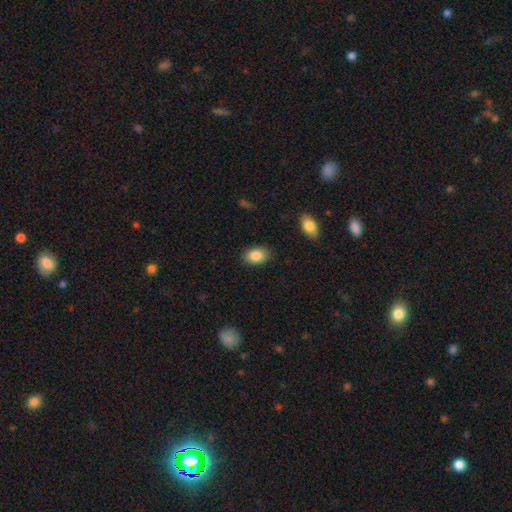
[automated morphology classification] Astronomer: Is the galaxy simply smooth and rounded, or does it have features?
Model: smooth — 85%.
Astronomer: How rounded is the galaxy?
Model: in between — 86%.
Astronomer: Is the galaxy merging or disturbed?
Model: none — 87%.